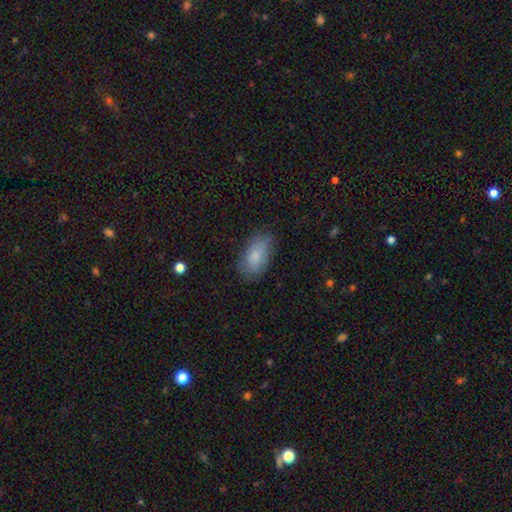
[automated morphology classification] This appears to be a smooth galaxy with no disk features (82%) that is in between round and cigar-shaped (92%). Merging: none (73%).